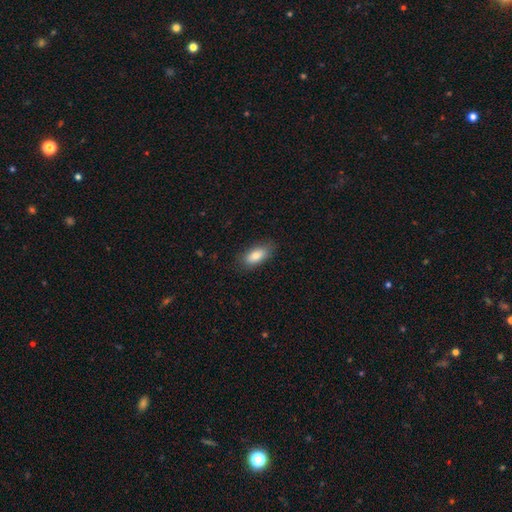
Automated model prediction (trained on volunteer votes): smooth_or_featured: smooth (p=0.84) [alt: featured or disk p=0.09]
how_rounded: in between (p=0.86) [alt: cigar-shaped p=0.11]
merging: none (p=0.82) [alt: minor disturbance p=0.14]